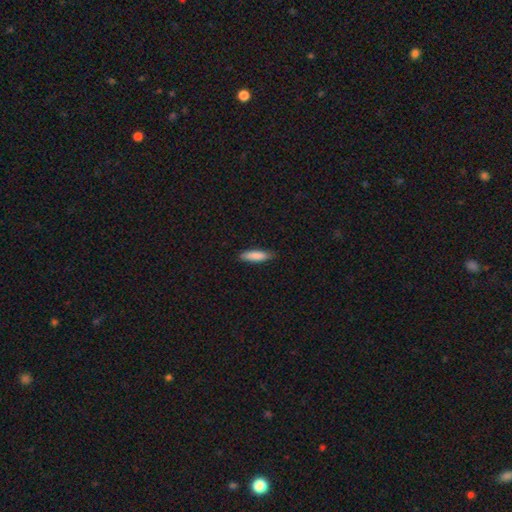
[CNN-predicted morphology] This is clearly a smooth galaxy (85%). How rounded: likely cigar-shaped (67%). Merging: clearly none (84%).